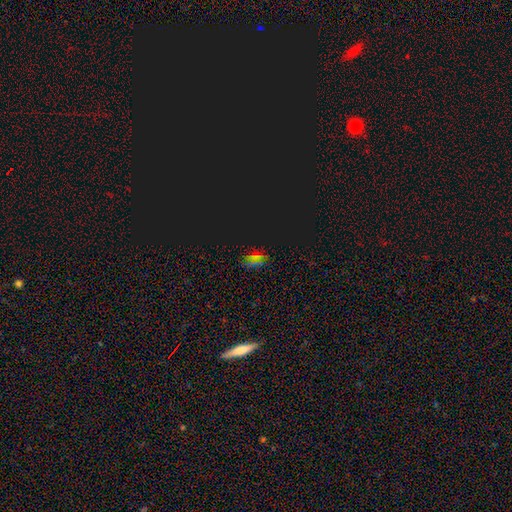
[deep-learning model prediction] star or artifact 64%, smooth 26%, featured or disk 10%.